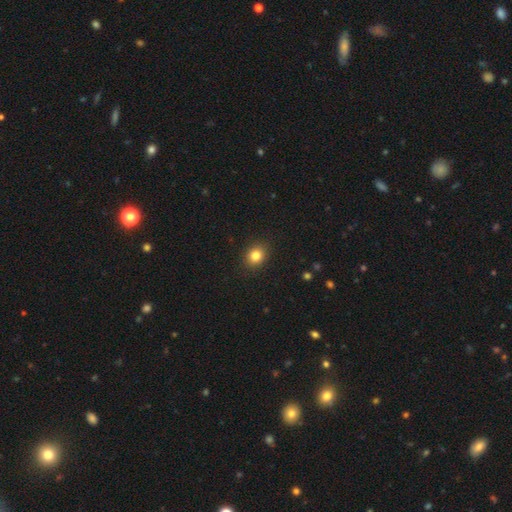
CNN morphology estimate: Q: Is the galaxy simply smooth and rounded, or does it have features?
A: smooth — 83%.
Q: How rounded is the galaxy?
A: round — 63%.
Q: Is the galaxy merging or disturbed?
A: none — 90%.